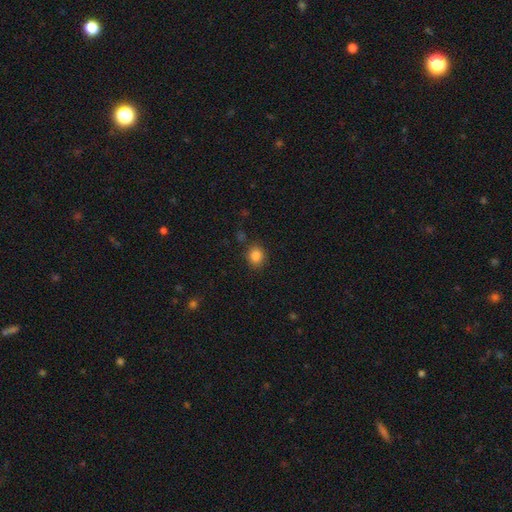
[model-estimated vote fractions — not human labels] Smooth or featured?
  - smooth: 84% *
  - star or artifact: 11%
  - featured or disk: 5%
How rounded?
  - round: 71% *
  - in between: 28%
  - cigar-shaped: 1%
Merging?
  - none: 83% *
  - minor disturbance: 11%
  - major disturbance: 3%
  - merger: 3%